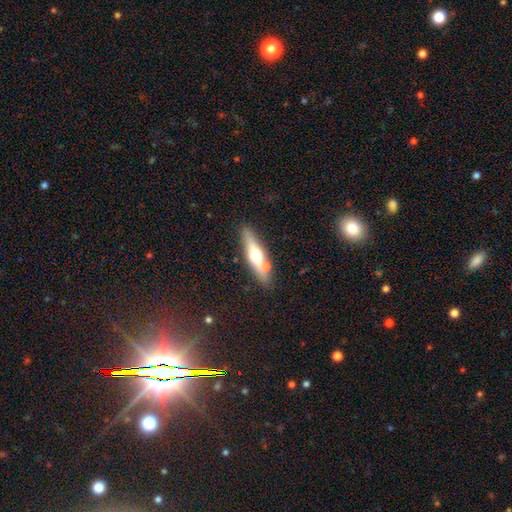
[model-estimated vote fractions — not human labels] Morphology: type=featured or disk (48%); merging=none (74%).